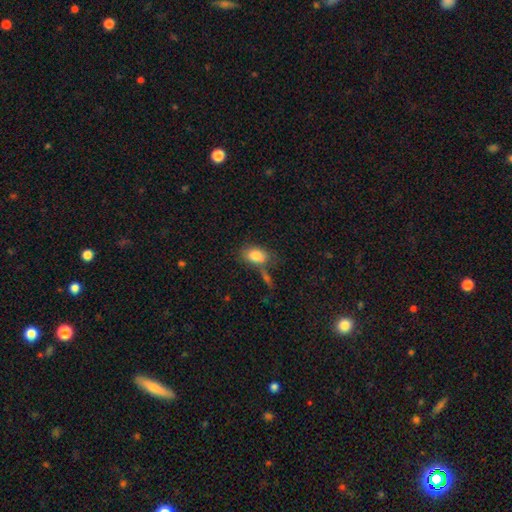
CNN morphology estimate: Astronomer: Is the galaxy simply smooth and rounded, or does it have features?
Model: smooth — 82%.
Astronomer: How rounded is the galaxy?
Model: in between — 87%.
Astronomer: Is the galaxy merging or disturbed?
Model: none — 55%.